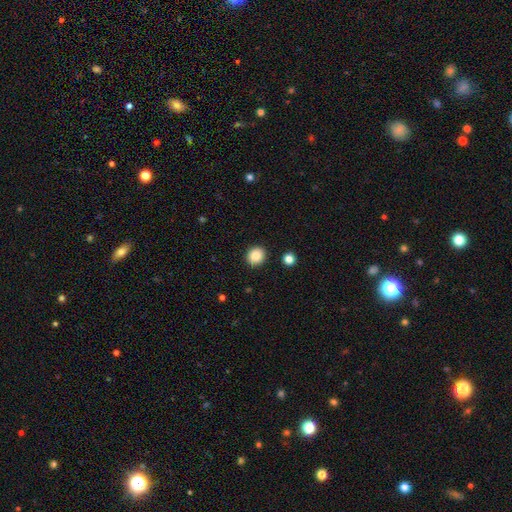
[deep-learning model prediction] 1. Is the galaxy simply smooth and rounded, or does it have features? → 86% smooth, 9% star or artifact, 5% featured or disk.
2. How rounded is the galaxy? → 82% round, 18% in between, 1% cigar-shaped.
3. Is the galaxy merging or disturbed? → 92% none, 5% minor disturbance, 2% major disturbance, 2% merger.